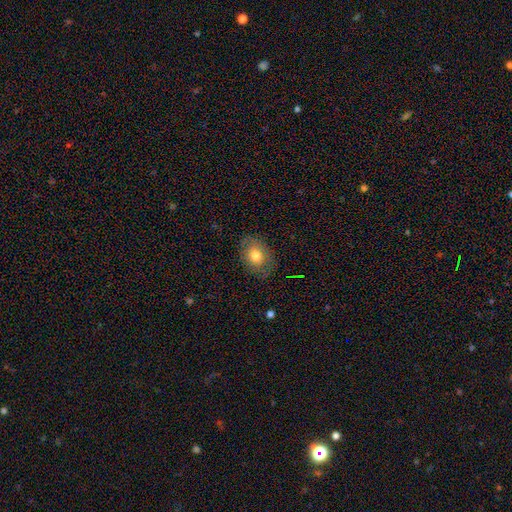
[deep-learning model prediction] smooth 72%, featured or disk 19%, star or artifact 9%. Down the decision tree: how rounded — in between (67%); merging — none (79%).